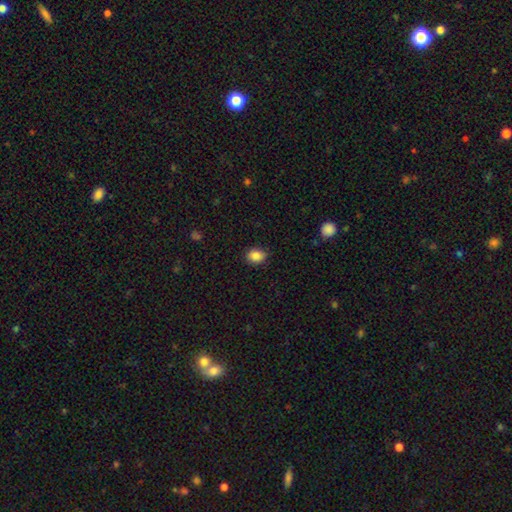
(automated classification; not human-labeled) Morphology: type=smooth (86%); roundness=in between (56%); merging=none (86%).